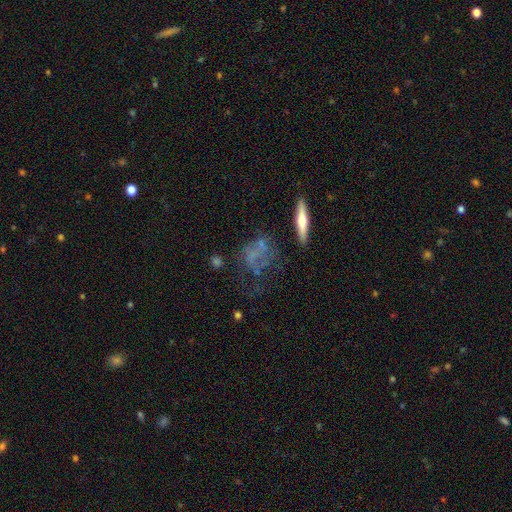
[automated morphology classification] type=featured or disk (46%); merging=none (43%).